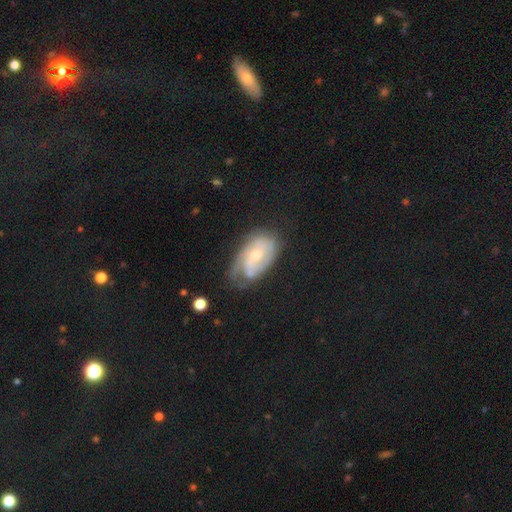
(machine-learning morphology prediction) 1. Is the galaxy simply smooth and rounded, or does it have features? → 73% featured or disk, 20% smooth, 7% star or artifact.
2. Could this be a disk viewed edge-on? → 96% no, 4% yes.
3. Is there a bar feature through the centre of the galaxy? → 55% no, 38% weak, 8% strong.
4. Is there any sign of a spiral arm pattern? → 89% yes, 11% no.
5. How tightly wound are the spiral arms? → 47% tight, 38% medium, 16% loose.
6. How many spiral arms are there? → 38% 2, 32% can't tell, 13% 3, 11% 1, 3% 4, 2% more than 4.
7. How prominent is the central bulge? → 52% small, 42% moderate, 3% none, 2% large, 1% dominant.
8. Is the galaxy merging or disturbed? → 50% none, 30% minor disturbance, 16% major disturbance, 3% merger.